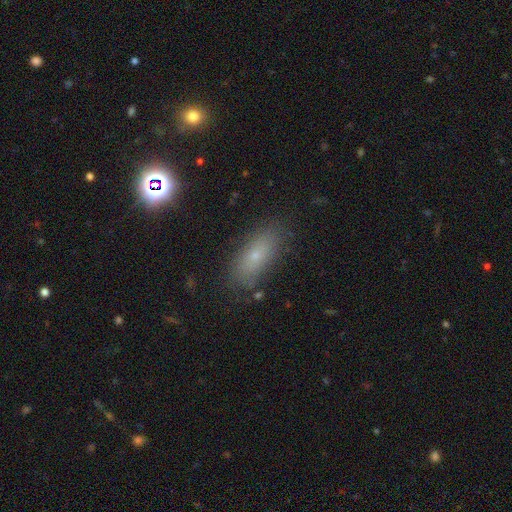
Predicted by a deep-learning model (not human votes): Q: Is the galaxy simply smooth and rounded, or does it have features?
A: smooth — 65%.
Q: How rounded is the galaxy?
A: in between — 71%.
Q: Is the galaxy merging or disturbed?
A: none — 82%.